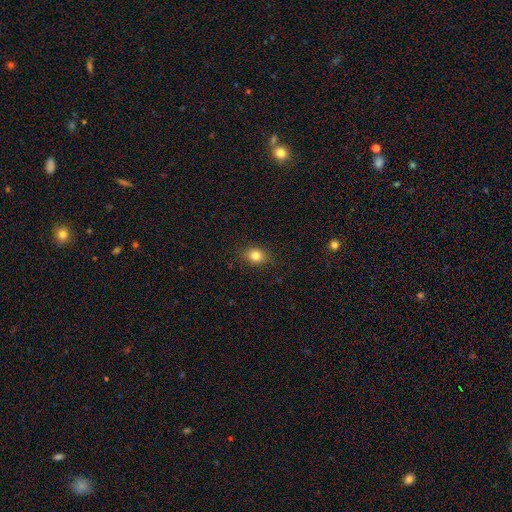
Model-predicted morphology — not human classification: smooth-or-featured: smooth: 82% | star or artifact: 11% | featured or disk: 7%
  how-rounded: round: 52% | in between: 47% | cigar-shaped: 1%
  merging: none: 87% | minor disturbance: 10% | major disturbance: 3% | merger: 1%